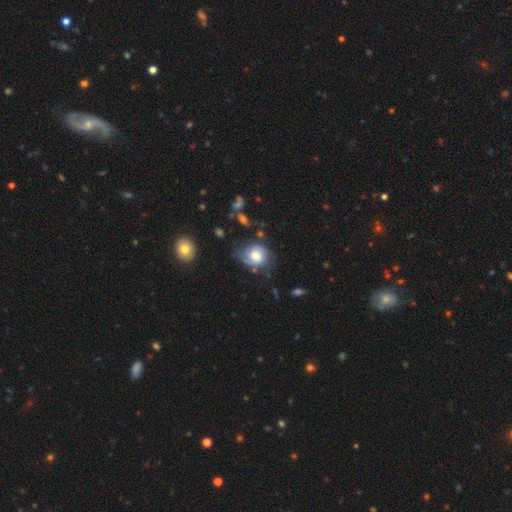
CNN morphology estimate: Smooth or featured?
  - smooth: 46% *
  - featured or disk: 45%
  - star or artifact: 8%
Merging?
  - none: 51% *
  - minor disturbance: 29%
  - major disturbance: 17%
  - merger: 3%